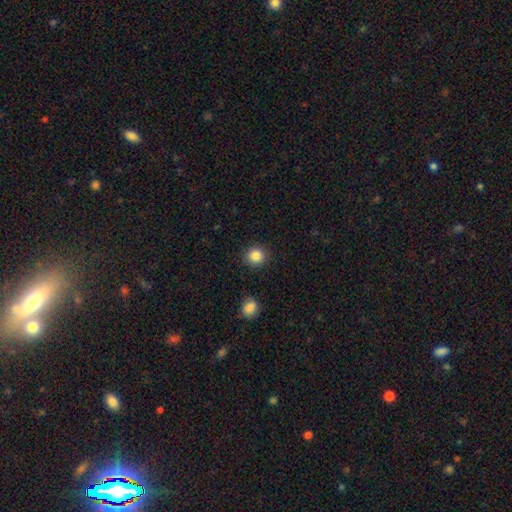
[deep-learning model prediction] Overall: smooth (86%). How rounded: round (88%). Merging: none (90%).